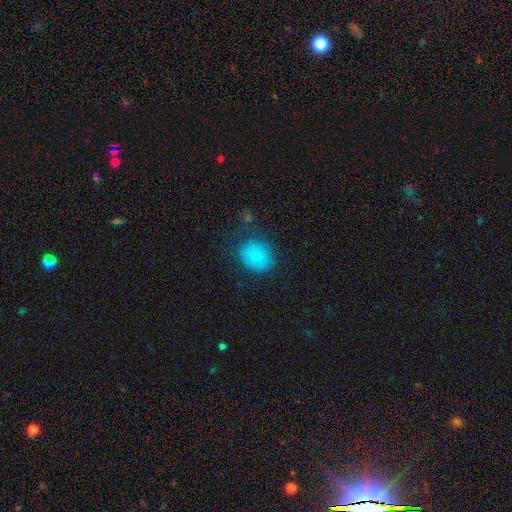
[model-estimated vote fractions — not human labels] Smooth or featured?
  - smooth: 85% *
  - star or artifact: 10%
  - featured or disk: 5%
How rounded?
  - round: 73% *
  - in between: 26%
  - cigar-shaped: 1%
Merging?
  - none: 74% *
  - minor disturbance: 17%
  - major disturbance: 6%
  - merger: 3%